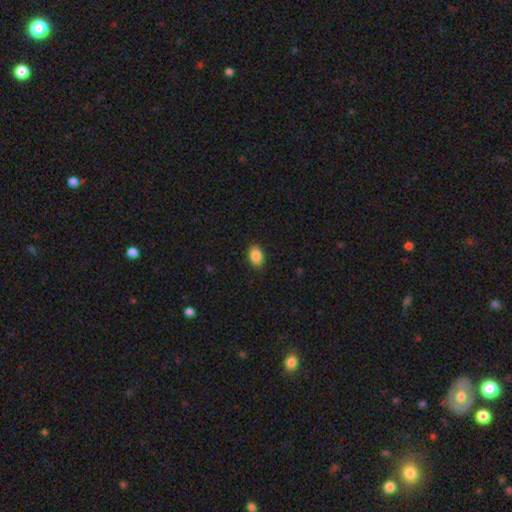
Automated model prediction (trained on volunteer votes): Overall: smooth (88%). How rounded: in between (86%). Merging: none (88%).